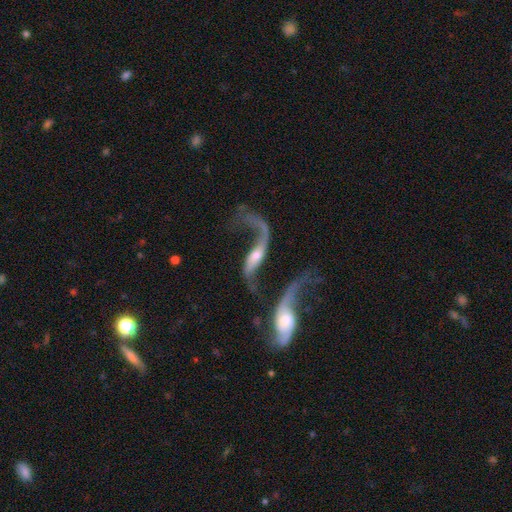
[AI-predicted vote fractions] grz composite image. It shows a featured or disk galaxy (74%) with no bar (52%), spiral arms (79%) and a moderate central bulge (42%). Merging: merger (52%).